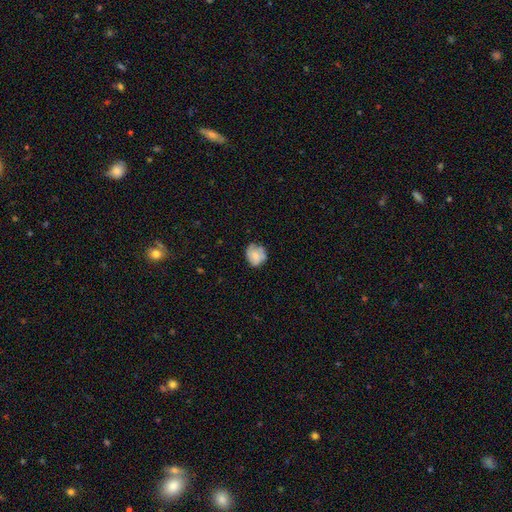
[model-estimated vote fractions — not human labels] Smooth or featured? smooth (60%)
How rounded? round (76%)
Merging? none (65%)